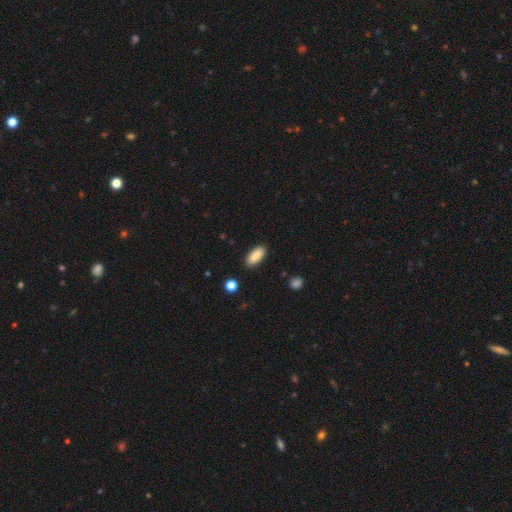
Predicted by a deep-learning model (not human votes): This is clearly a smooth galaxy (86%). How rounded: clearly in between (87%). Merging: clearly none (89%).